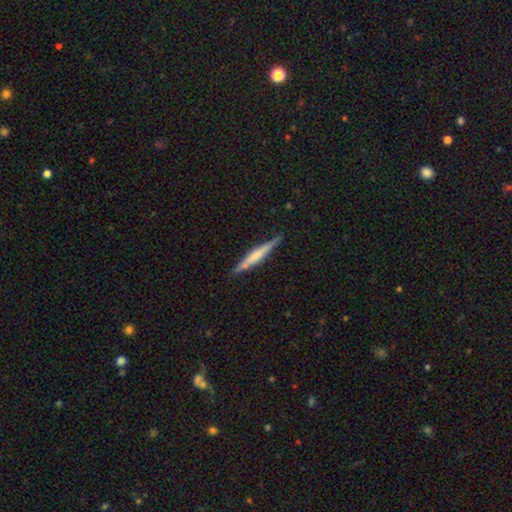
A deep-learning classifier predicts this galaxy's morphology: type=featured or disk (59%); edge-on=yes (97%); edge-on bulge=rounded (36%); merging=none (88%).